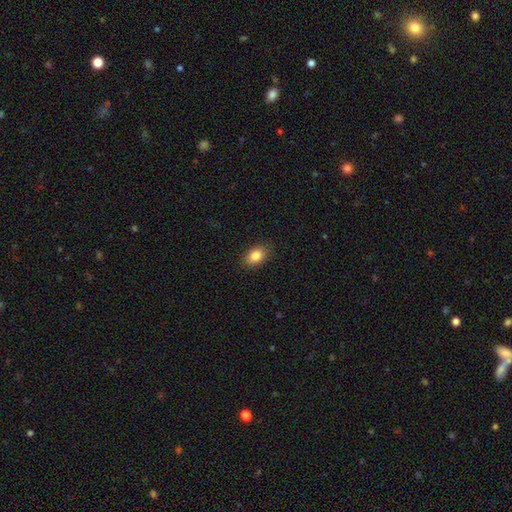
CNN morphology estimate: This is clearly a smooth galaxy (84%). How rounded: clearly in between (81%). Merging: clearly none (88%).